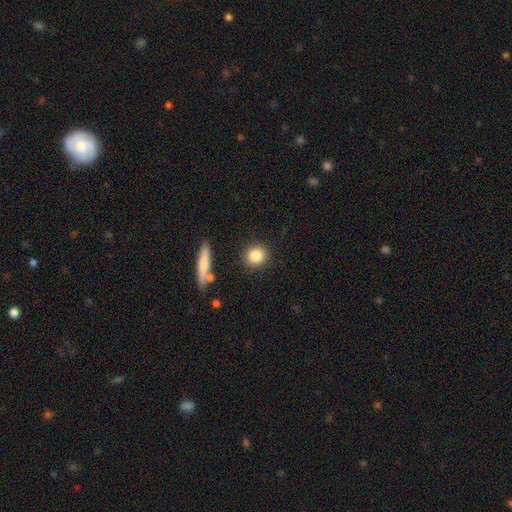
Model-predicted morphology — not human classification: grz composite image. It shows a smooth galaxy with no disk features (84%) that is round (82%). Merging: none (86%).